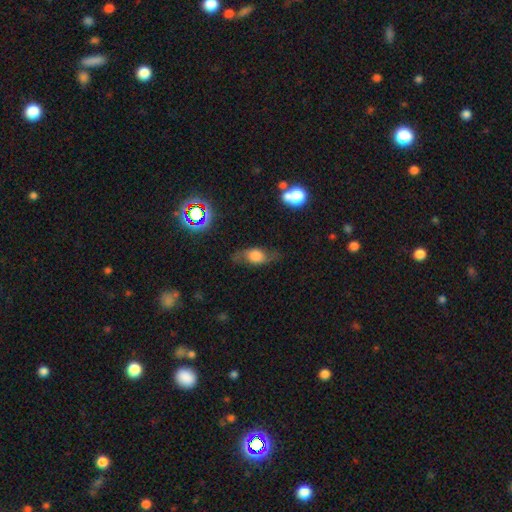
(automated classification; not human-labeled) This is possibly a featured or disk galaxy (46%). Merging: likely none (64%).